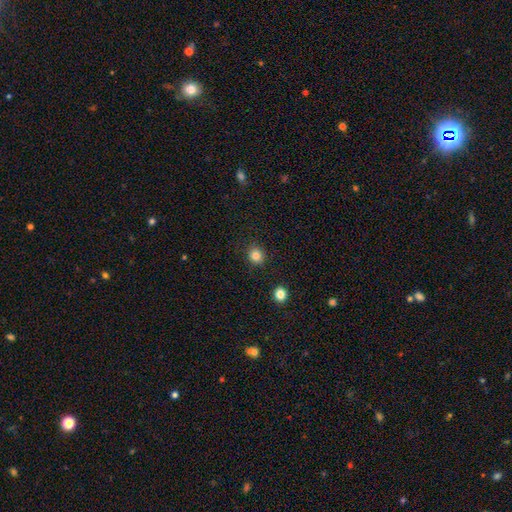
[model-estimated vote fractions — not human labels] Smooth or featured?
  - smooth: 84% *
  - star or artifact: 12%
  - featured or disk: 4%
How rounded?
  - round: 85% *
  - in between: 15%
  - cigar-shaped: 1%
Merging?
  - none: 88% *
  - minor disturbance: 7%
  - major disturbance: 2%
  - merger: 2%